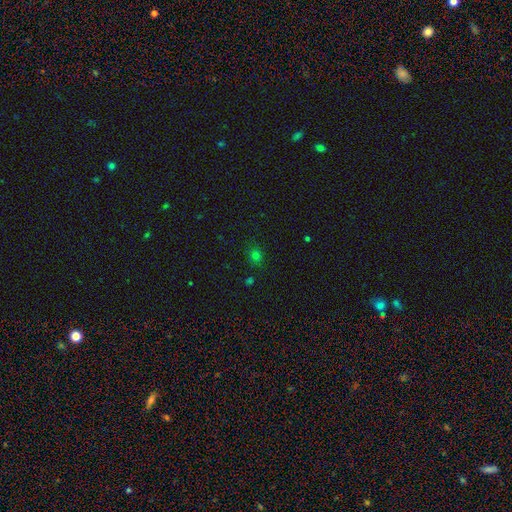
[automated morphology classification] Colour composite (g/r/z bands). It shows a smooth galaxy with no disk features (72%) that is round (72%). Merging: none (83%).